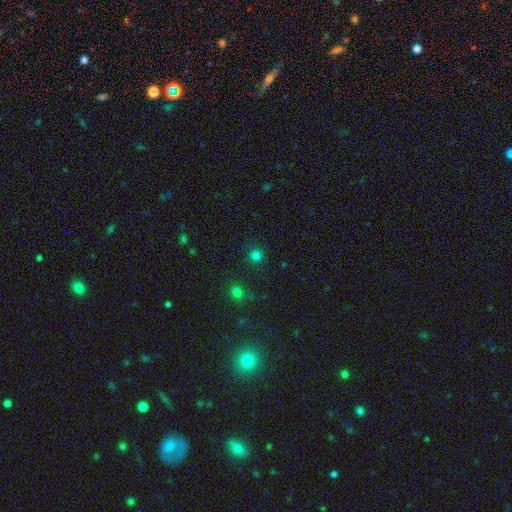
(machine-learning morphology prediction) This appears to be a smooth galaxy with no disk features (79%) that is round (94%). Merging: none (88%).